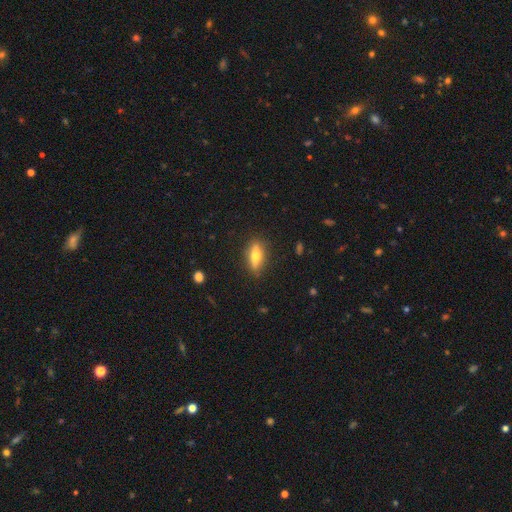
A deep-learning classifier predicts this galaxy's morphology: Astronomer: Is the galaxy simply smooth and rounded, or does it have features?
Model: smooth — 50% (runner-up: featured or disk, 43%).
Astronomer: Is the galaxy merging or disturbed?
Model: none — 85%.